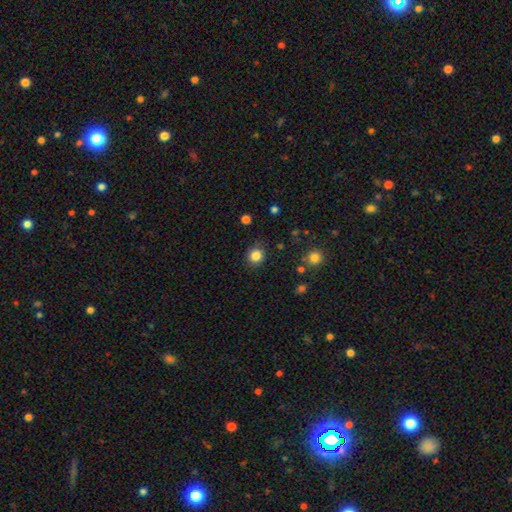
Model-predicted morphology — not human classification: smooth_or_featured: smooth (p=0.84) [alt: star or artifact p=0.11]
how_rounded: round (p=0.81) [alt: in between p=0.18]
merging: none (p=0.85) [alt: minor disturbance p=0.10]